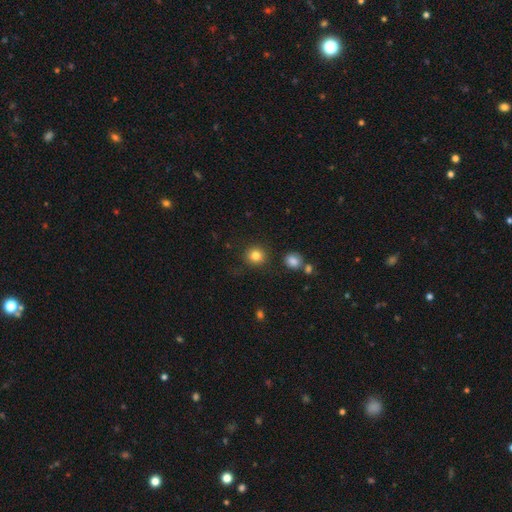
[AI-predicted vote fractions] A smooth galaxy with no disk features (82%) that is round (90%). Merging: none (87%).